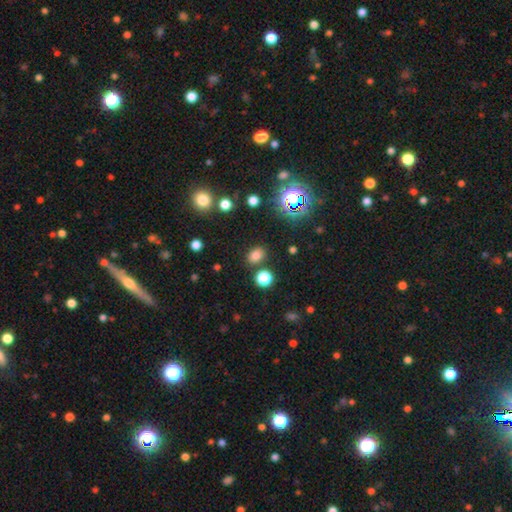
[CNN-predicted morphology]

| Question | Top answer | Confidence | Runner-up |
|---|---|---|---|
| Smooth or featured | smooth | 74% | star or artifact (20%) |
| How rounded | in between | 56% | round (43%) |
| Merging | none | 82% | minor disturbance (9%) |